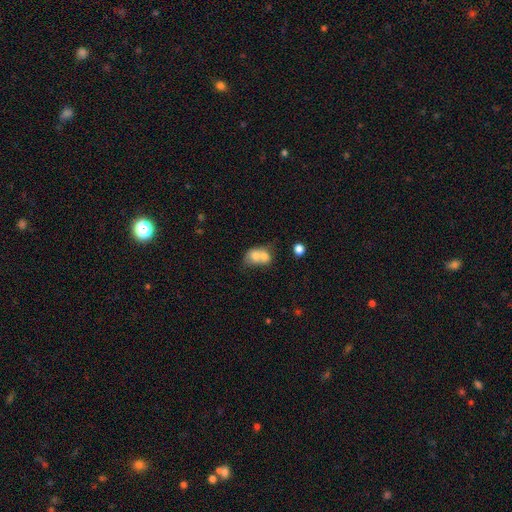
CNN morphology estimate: type=smooth (68%); roundness=in between (55%); merging=merger (72%).